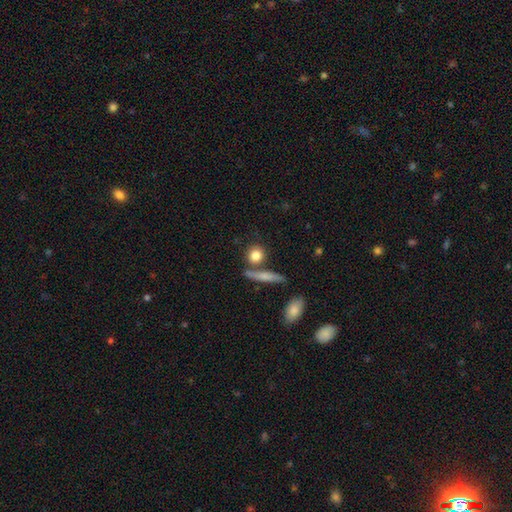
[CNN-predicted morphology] This is clearly a smooth galaxy (81%). How rounded: likely round (75%). Merging: likely none (71%).